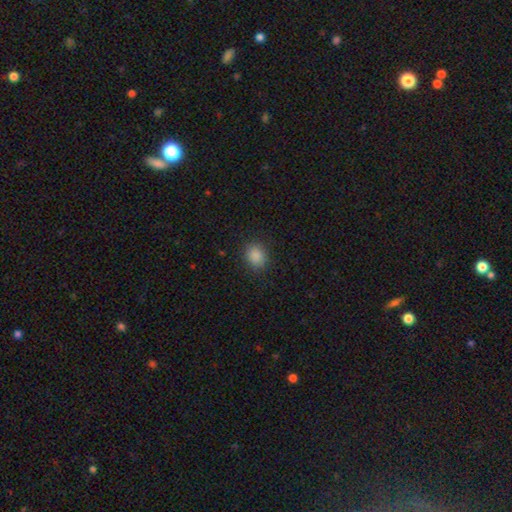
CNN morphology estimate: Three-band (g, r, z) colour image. It shows a smooth galaxy with no disk features (87%) that is round (60%). Merging: none (87%).